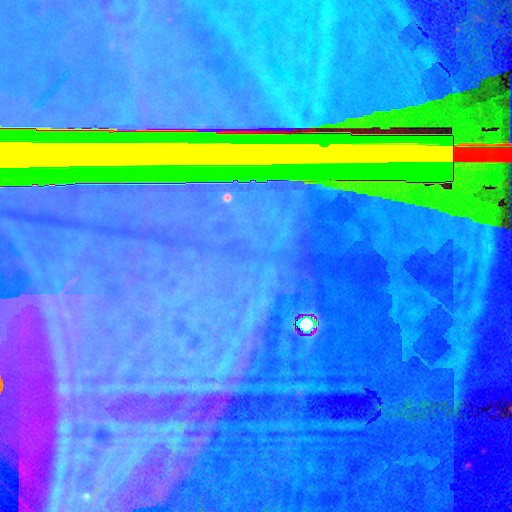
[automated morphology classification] Overall: star or artifact (87%).